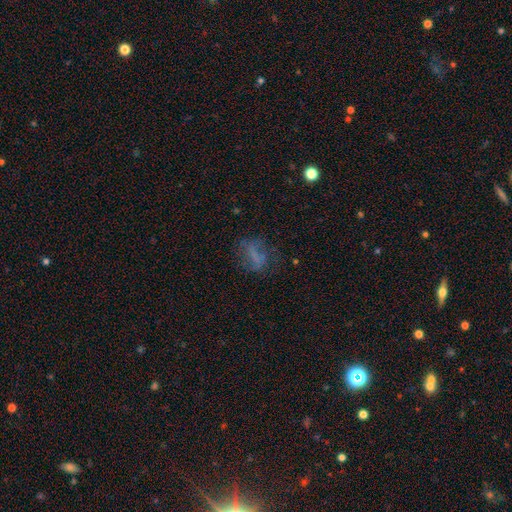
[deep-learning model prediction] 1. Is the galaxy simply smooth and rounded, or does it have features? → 46% smooth, 36% featured or disk, 18% star or artifact.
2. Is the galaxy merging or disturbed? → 57% none, 20% major disturbance, 20% minor disturbance, 3% merger.